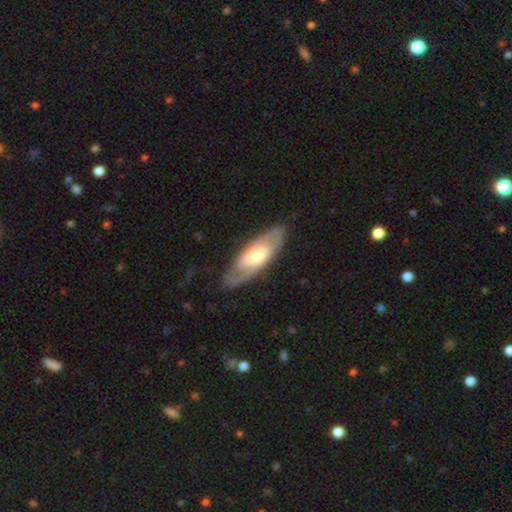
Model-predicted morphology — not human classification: This is likely a featured or disk galaxy (64%). It is clearly not viewed edge-on (82%). Bar: possibly no (46%). Spiral arm pattern: likely yes (71%). Central bulge: possibly moderate (59%). Merging: clearly none (82%).